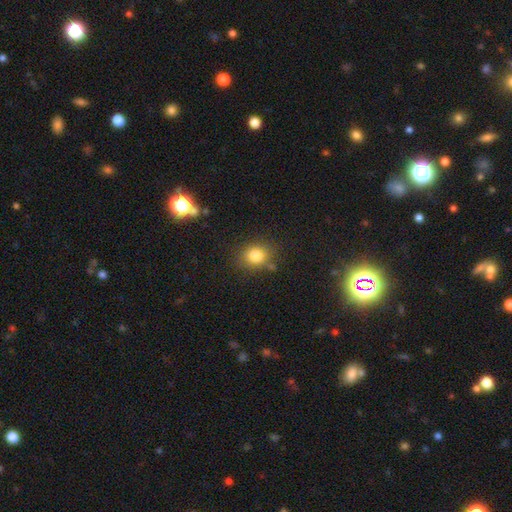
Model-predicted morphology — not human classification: A smooth galaxy with no disk features (82%) that is round (62%).

Vote fractions:
- Smooth or featured? smooth: 82% / star or artifact: 11% / featured or disk: 7%
- How rounded? round: 62% / in between: 37% / cigar-shaped: 1%
- Merging? none: 76% / minor disturbance: 14% / merger: 5% / major disturbance: 4%